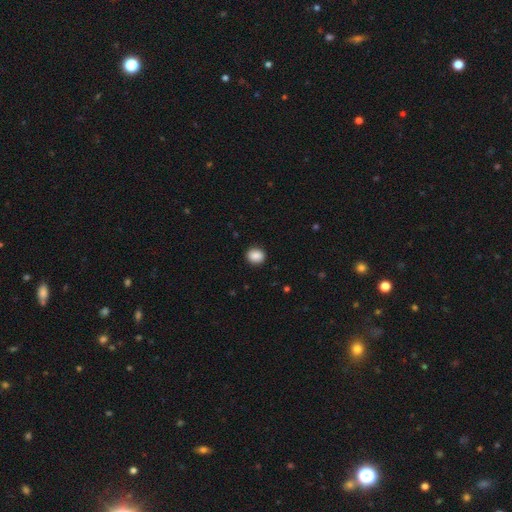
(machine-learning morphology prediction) This appears to be a smooth galaxy with no disk features (88%) that is round (72%). Merging: none (90%).